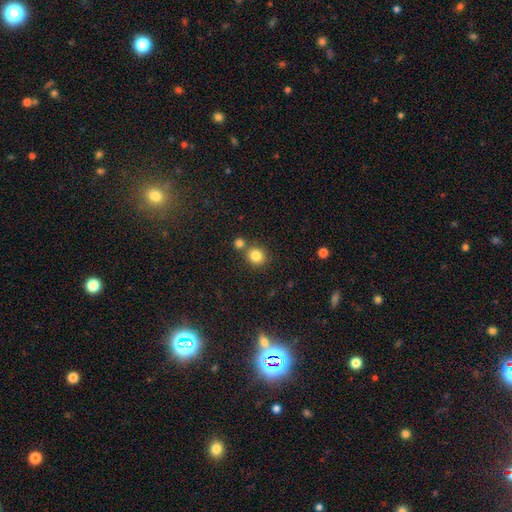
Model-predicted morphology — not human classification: smooth 83%, star or artifact 11%, featured or disk 6%. Down the decision tree: how rounded — round (83%); merging — none (68%).